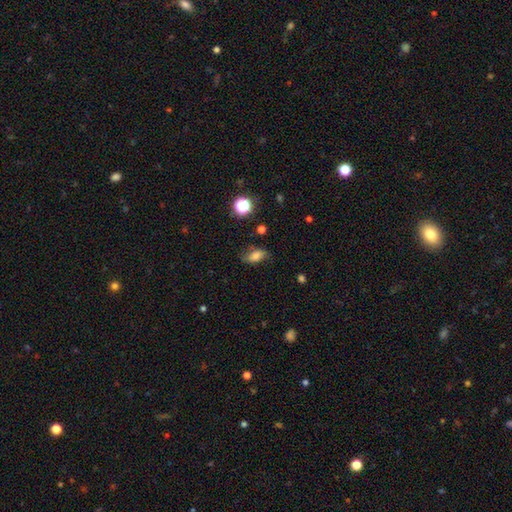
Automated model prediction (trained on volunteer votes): Smooth or featured? smooth (70%)
How rounded? in between (83%)
Merging? none (68%)